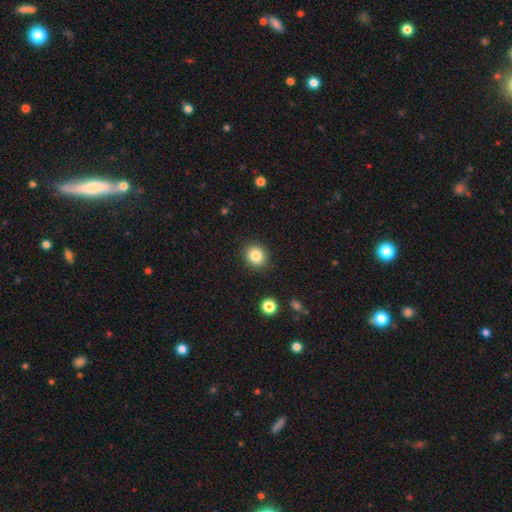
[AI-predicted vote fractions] The model was most divided on "how rounded": round: 83%, in between: 17%, cigar-shaped: 1%. More confident: merging — none (89%); smooth or featured — smooth (84%).